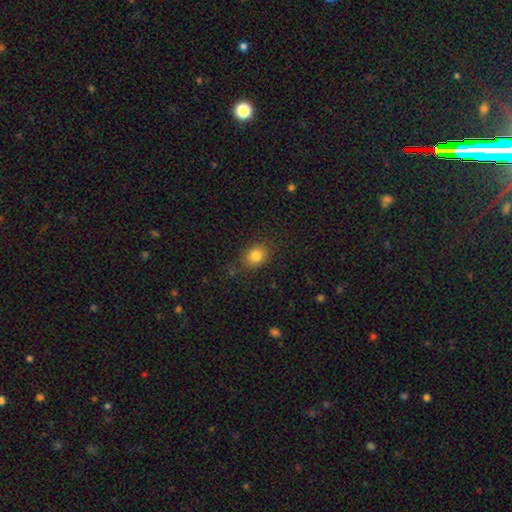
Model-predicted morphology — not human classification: Smooth or featured?
  - smooth: 82% *
  - star or artifact: 11%
  - featured or disk: 6%
How rounded?
  - round: 56% *
  - in between: 43%
  - cigar-shaped: 1%
Merging?
  - none: 82% *
  - minor disturbance: 13%
  - major disturbance: 4%
  - merger: 2%